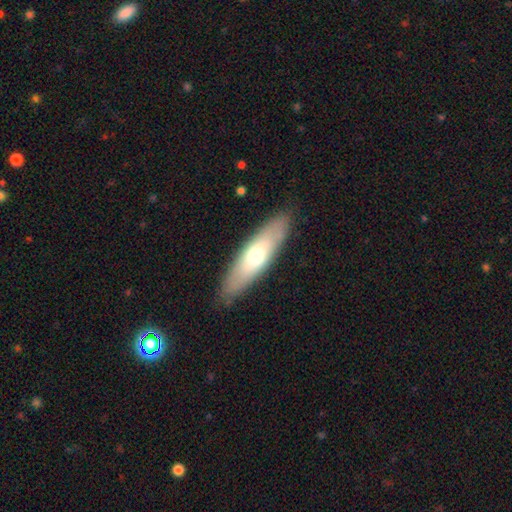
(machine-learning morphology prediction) smooth_or_featured: smooth (p=0.56) [alt: featured or disk p=0.39]
how_rounded: cigar-shaped (p=0.57) [alt: in between p=0.42]
merging: none (p=0.87) [alt: minor disturbance p=0.10]